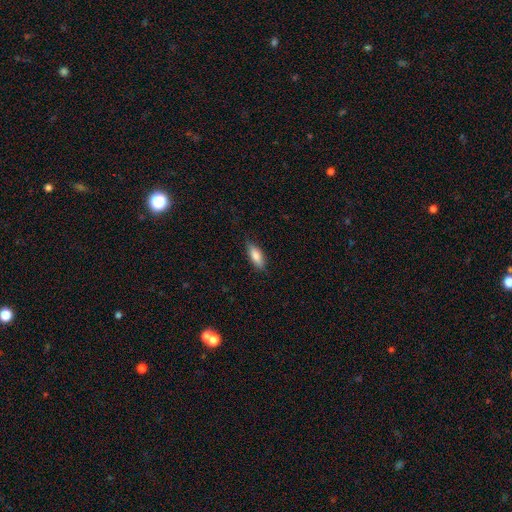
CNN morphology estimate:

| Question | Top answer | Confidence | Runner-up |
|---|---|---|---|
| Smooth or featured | smooth | 82% | featured or disk (12%) |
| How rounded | in between | 72% | cigar-shaped (25%) |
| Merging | none | 81% | minor disturbance (15%) |